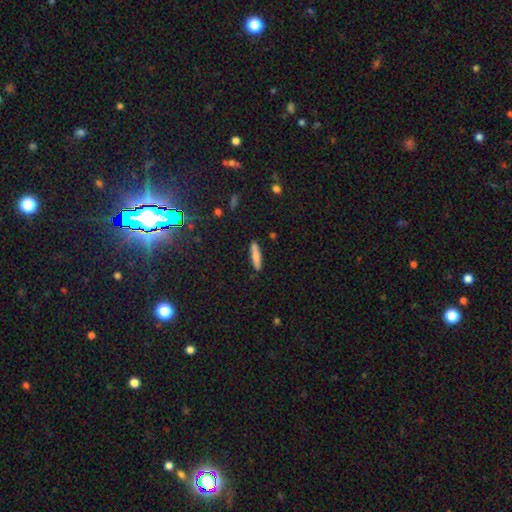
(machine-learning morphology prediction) type=smooth (77%); roundness=cigar-shaped (85%); merging=none (89%).